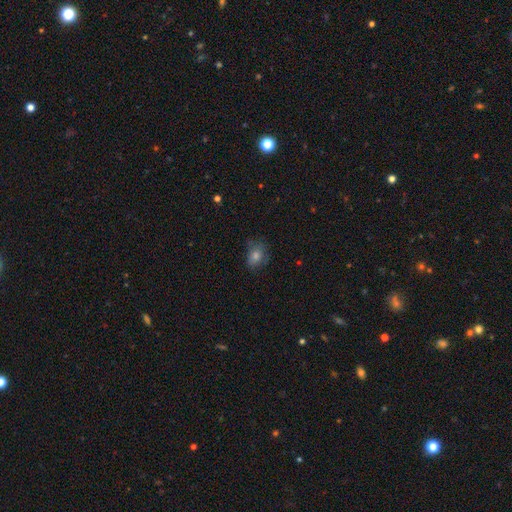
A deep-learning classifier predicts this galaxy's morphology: A smooth galaxy with no disk features (65%) that is round (49%, tied with in between). Merging: none (66%).